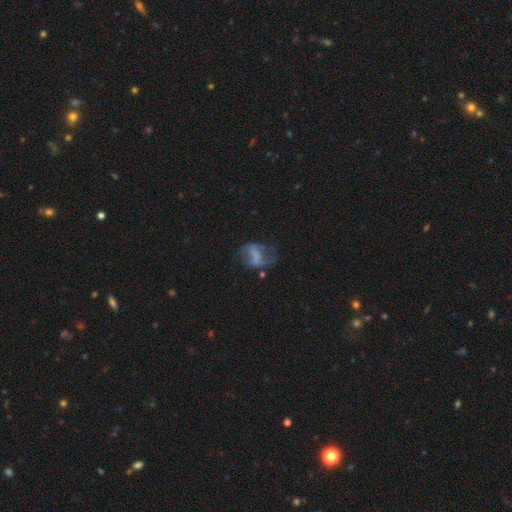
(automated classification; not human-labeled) Smooth or featured? Predicted: featured or disk (p=0.54). Edge-on disk? Predicted: no (p=0.97). Bar? Predicted: no (p=0.46). Spiral arms? Predicted: yes (p=0.51). Bulge size? Predicted: none (p=0.72). Merging? Predicted: none (p=0.39).